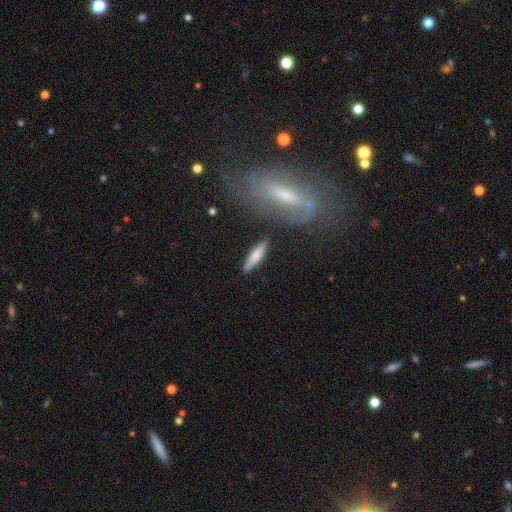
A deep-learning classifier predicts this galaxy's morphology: Smooth or featured? smooth (67%)
How rounded? cigar-shaped (80%)
Merging? none (84%)